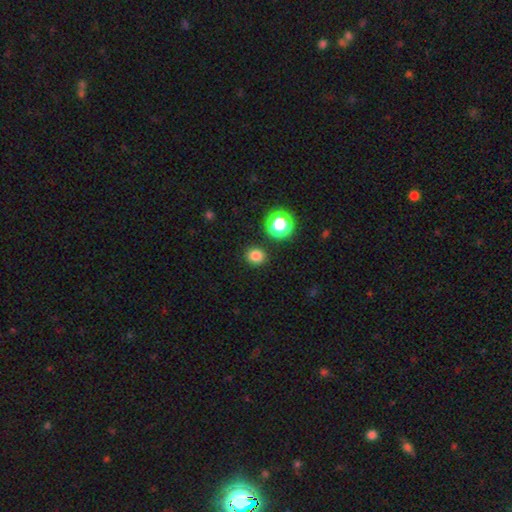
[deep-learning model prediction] Overall: smooth (80%). How rounded: round (80%). Merging: none (88%).